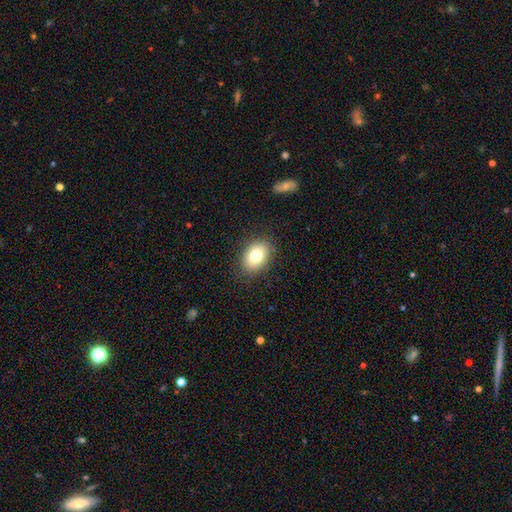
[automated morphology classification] Q: Smooth or featured?
A: smooth (78%); runner-up: featured or disk (13%)
Q: How rounded?
A: in between (76%); runner-up: round (23%)
Q: Merging?
A: none (86%); runner-up: minor disturbance (10%)